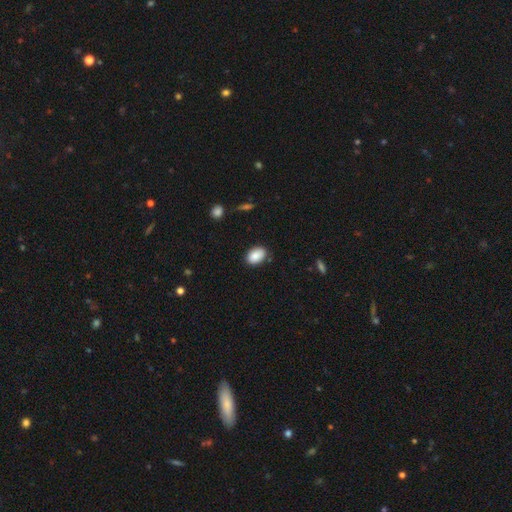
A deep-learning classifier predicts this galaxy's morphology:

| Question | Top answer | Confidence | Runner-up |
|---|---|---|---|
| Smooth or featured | smooth | 89% | star or artifact (7%) |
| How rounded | in between | 84% | round (15%) |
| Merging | none | 84% | minor disturbance (12%) |